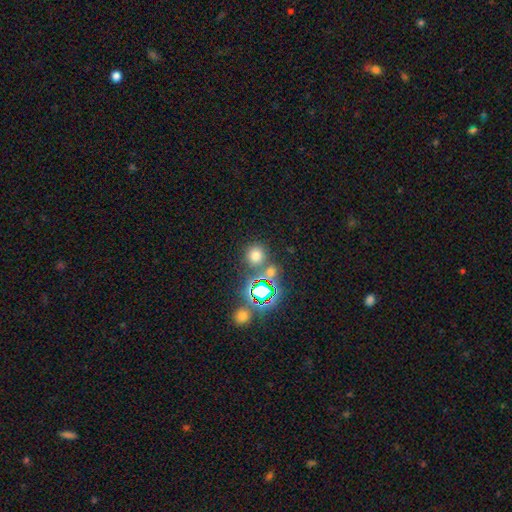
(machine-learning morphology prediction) A smooth galaxy with no disk features (66%) that is round (89%).

Vote fractions:
- Smooth or featured? smooth: 66% / star or artifact: 27% / featured or disk: 7%
- How rounded? round: 89% / in between: 10% / cigar-shaped: 1%
- Merging? none: 73% / merger: 15% / minor disturbance: 8% / major disturbance: 4%